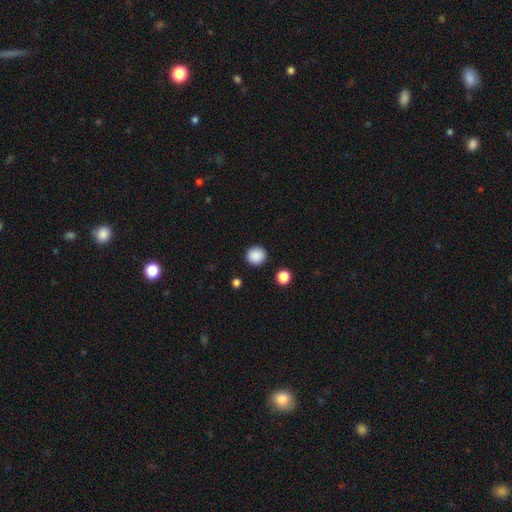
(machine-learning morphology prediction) A smooth galaxy with no disk features (88%) that is round (93%).

Vote fractions:
- Smooth or featured? smooth: 88% / star or artifact: 9% / featured or disk: 3%
- How rounded? round: 93% / in between: 6% / cigar-shaped: 1%
- Merging? none: 91% / minor disturbance: 6% / major disturbance: 2% / merger: 2%